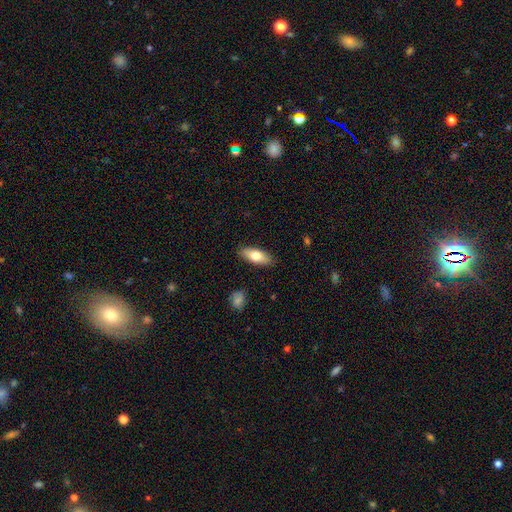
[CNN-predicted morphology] Smooth or featured? Predicted: smooth (p=0.75). How rounded? Predicted: in between (p=0.77). Merging? Predicted: none (p=0.87).